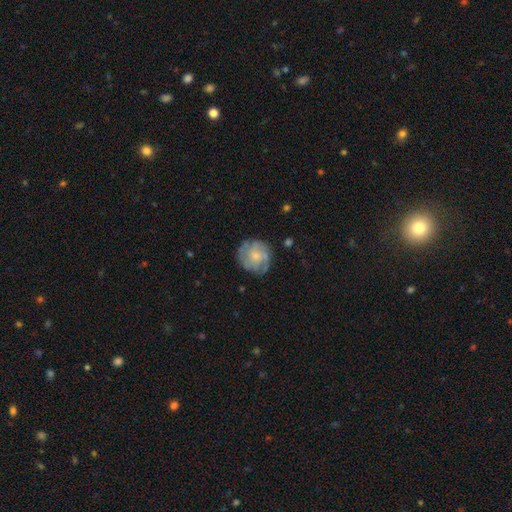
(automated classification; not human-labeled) Smooth or featured?
  - featured or disk: 57% *
  - smooth: 36%
  - star or artifact: 7%
Edge-on disk?
  - no: 98% *
  - yes: 2%
Bar?
  - no: 80% *
  - weak: 18%
  - strong: 3%
Spiral arms?
  - yes: 76% *
  - no: 24%
Bulge size?
  - small: 62% *
  - moderate: 30%
  - none: 5%
  - large: 2%
  - dominant: 1%
Merging?
  - none: 74% *
  - minor disturbance: 18%
  - major disturbance: 7%
  - merger: 2%